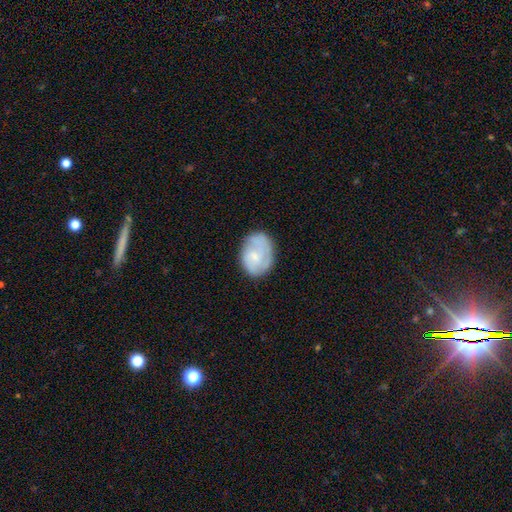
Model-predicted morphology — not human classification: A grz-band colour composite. It shows a smooth galaxy with no disk features (48%). Merging: none (67%).